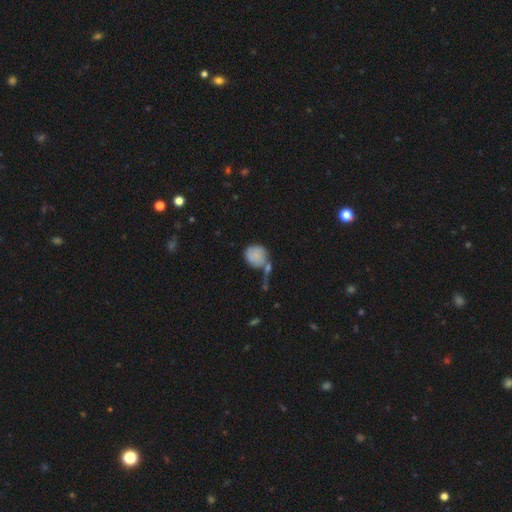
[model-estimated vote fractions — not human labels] The model was most divided on "merging": none: 36%, merger: 30%, minor disturbance: 20%, major disturbance: 14%. More confident: how rounded — round (79%); smooth or featured — smooth (75%).